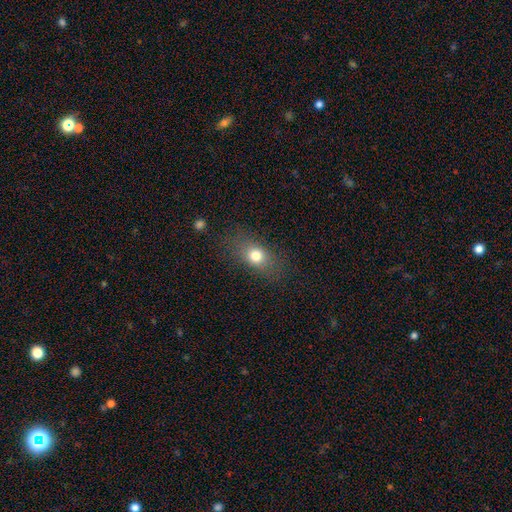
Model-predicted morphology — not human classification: The model was most divided on "how rounded": in between: 62%, round: 32%, cigar-shaped: 5%. More confident: merging — none (78%); smooth or featured — smooth (75%).